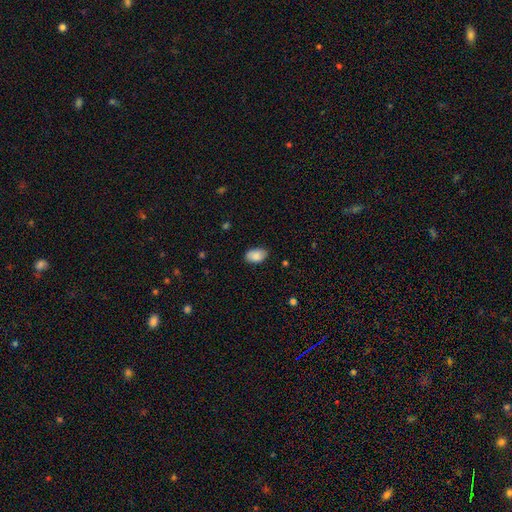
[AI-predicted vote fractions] Smooth or featured? Predicted: smooth (p=0.88). How rounded? Predicted: in between (p=0.91). Merging? Predicted: none (p=0.83).